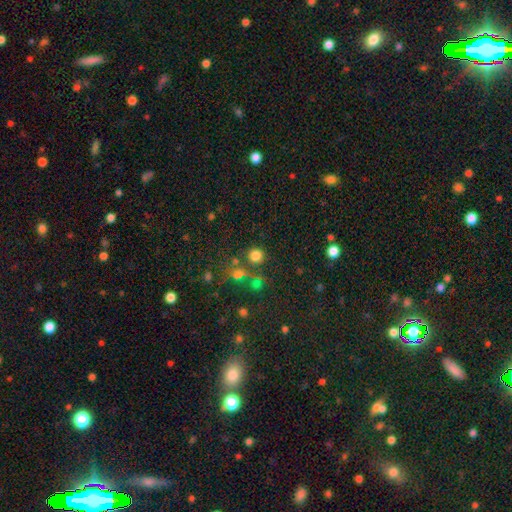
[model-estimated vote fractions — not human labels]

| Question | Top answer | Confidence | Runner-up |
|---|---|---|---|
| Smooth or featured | smooth | 78% | star or artifact (17%) |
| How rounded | round | 91% | in between (8%) |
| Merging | none | 78% | merger (10%) |